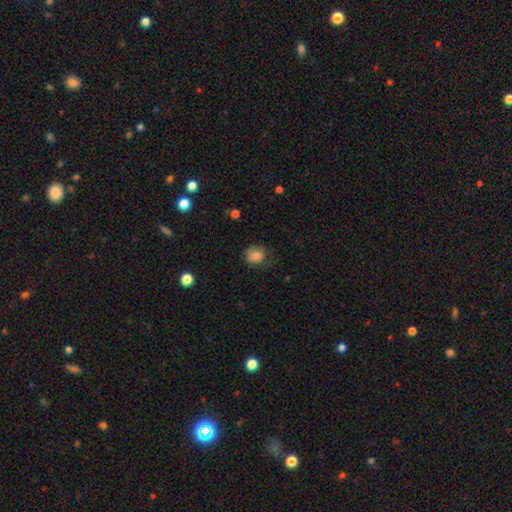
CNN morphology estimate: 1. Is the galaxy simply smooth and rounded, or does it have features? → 81% smooth, 10% featured or disk, 10% star or artifact.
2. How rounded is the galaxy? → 78% round, 21% in between, 1% cigar-shaped.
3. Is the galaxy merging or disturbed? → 67% none, 24% minor disturbance, 8% major disturbance, 1% merger.